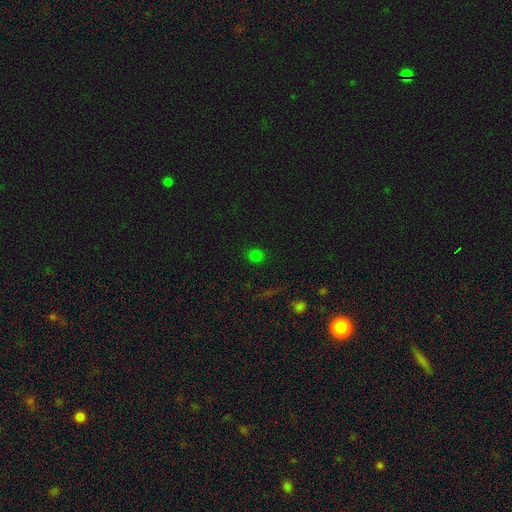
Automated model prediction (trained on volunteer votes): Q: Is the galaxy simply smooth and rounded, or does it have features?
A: smooth — 73%.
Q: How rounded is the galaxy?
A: round — 77%.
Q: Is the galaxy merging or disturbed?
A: none — 89%.